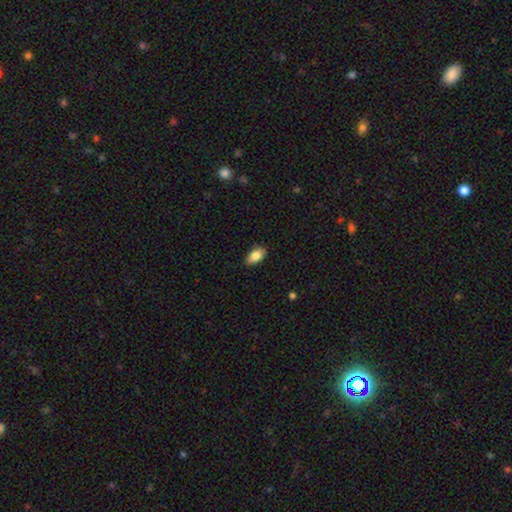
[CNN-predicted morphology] Smooth or featured? Predicted: smooth (p=0.84). How rounded? Predicted: in between (p=0.92). Merging? Predicted: none (p=0.85).